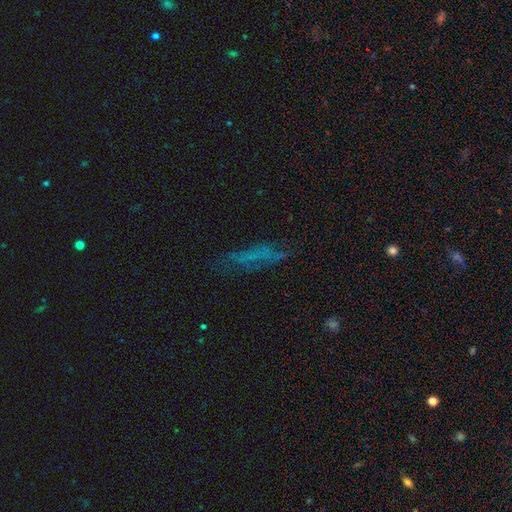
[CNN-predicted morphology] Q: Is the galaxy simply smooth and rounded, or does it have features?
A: smooth — 44%.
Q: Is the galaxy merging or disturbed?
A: none — 62%.